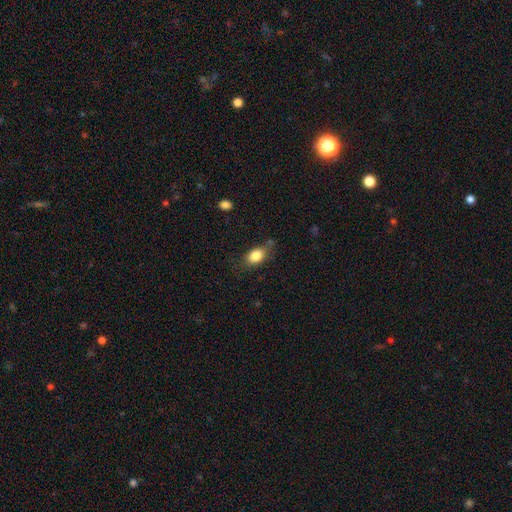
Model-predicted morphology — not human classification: Smooth or featured: smooth — 84% (star or artifact — 8%)
How rounded: in between — 82% (round — 16%)
Merging: none — 69% (minor disturbance — 21%)